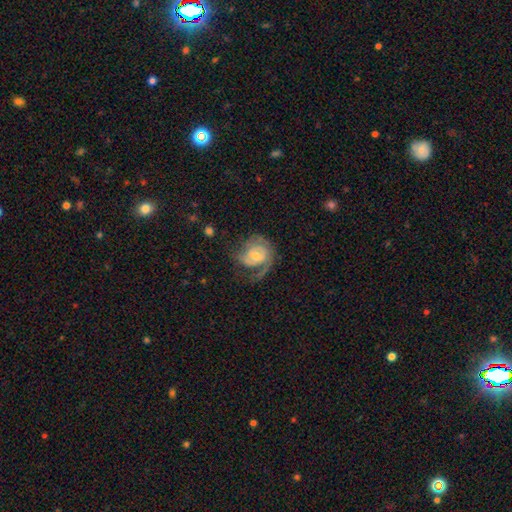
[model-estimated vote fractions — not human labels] Smooth or featured? featured or disk (79%)
Edge-on disk? no (98%)
Bar? no (47%)
Spiral arms? yes (91%)
Spiral winding? tight (46%)
Spiral arm count? 2 (48%)
Bulge size? moderate (48%)
Merging? none (49%)